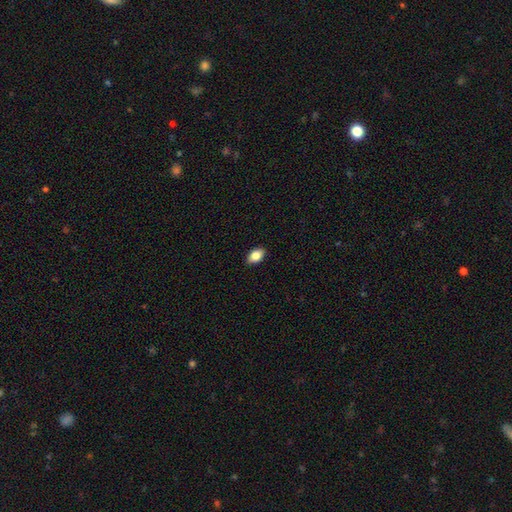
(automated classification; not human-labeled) This appears to be a smooth galaxy with no disk features (84%) that is in between round and cigar-shaped (89%). Merging: none (89%).